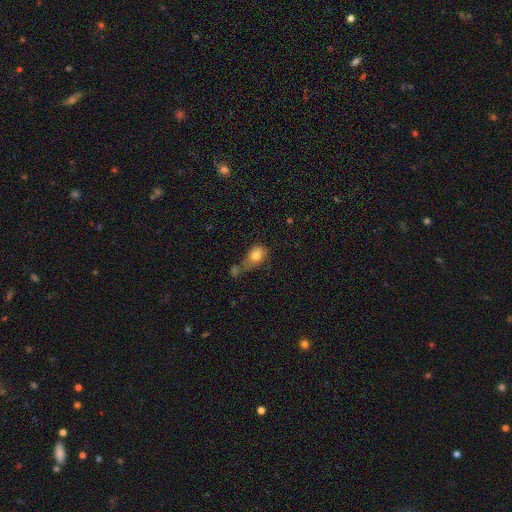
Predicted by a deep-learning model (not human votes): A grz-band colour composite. It shows a smooth galaxy with no disk features (78%) that is in between round and cigar-shaped (61%). Merging: merger (33%).